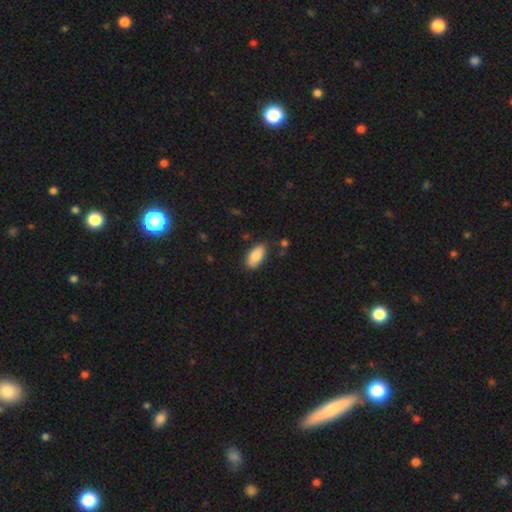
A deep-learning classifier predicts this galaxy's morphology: A smooth galaxy with no disk features (86%) that is in between round and cigar-shaped (91%). Merging: none (78%).